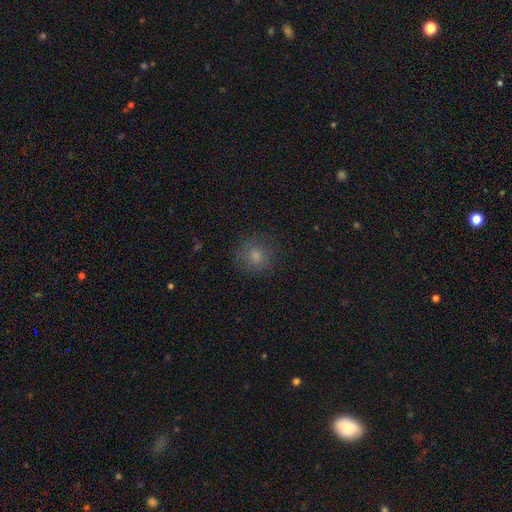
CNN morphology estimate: A smooth galaxy with no disk features (76%) that is round (88%). Merging: none (80%).